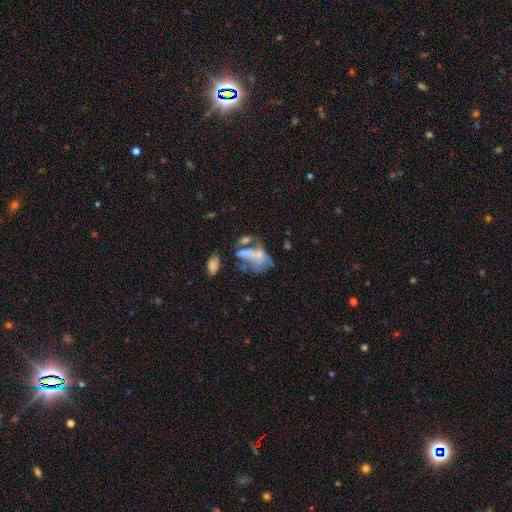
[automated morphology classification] Overall: smooth (52%; featured or disk 37%). How rounded: in between (83%). Merging: merger (35%; major disturbance 29%).